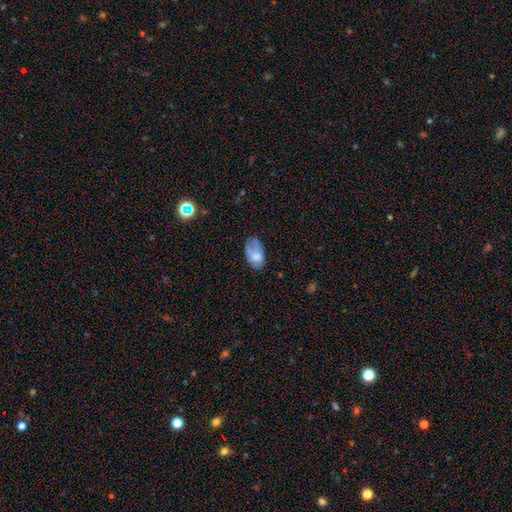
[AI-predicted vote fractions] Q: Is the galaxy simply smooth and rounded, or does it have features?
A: smooth — 67%.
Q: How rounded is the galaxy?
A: in between — 91%.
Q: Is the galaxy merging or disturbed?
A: none — 39%.